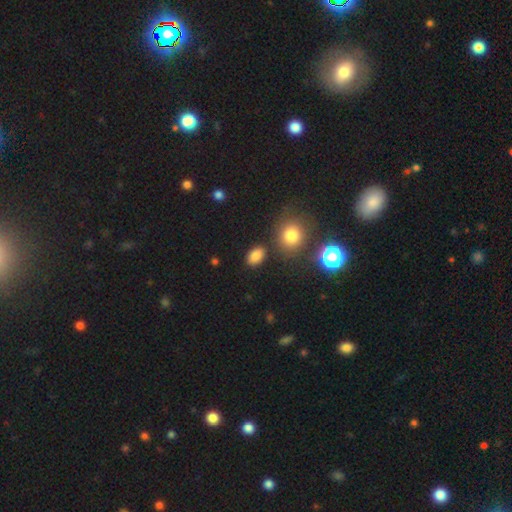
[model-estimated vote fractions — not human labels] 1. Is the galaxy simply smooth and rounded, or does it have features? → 82% smooth, 13% star or artifact, 5% featured or disk.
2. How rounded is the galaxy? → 84% in between, 14% round, 2% cigar-shaped.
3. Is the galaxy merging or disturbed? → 84% none, 9% minor disturbance, 4% merger, 3% major disturbance.